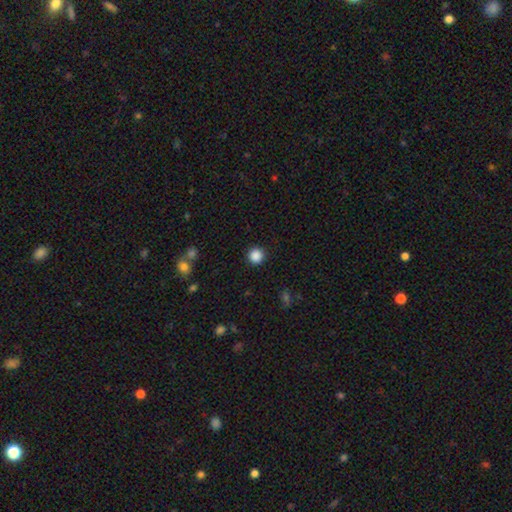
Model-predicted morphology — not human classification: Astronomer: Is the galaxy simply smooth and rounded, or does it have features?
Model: smooth — 87%.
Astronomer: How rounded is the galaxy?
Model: round — 95%.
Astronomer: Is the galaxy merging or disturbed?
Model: none — 92%.